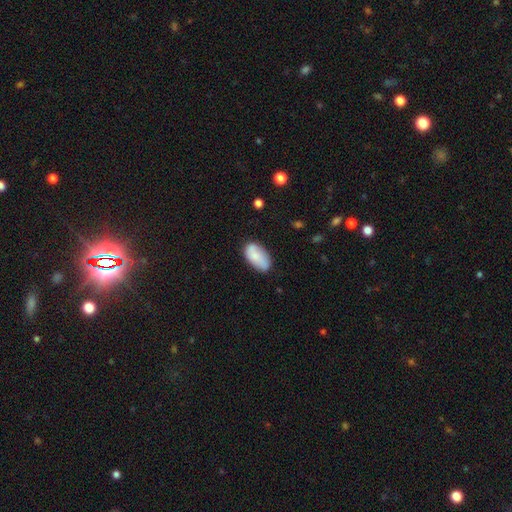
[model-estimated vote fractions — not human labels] smooth 77%, featured or disk 17%, star or artifact 7%. Down the decision tree: how rounded — in between (94%); merging — none (71%).